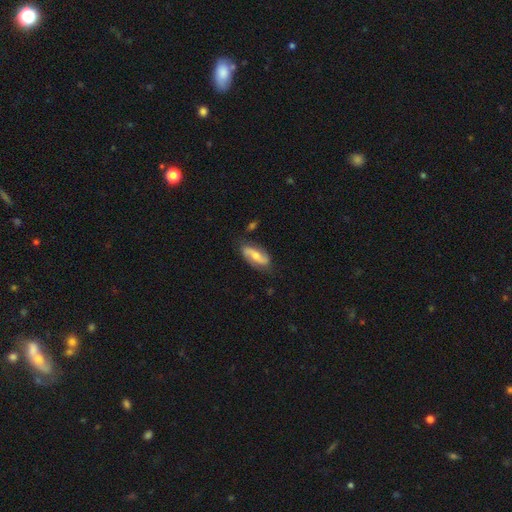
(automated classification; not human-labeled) A featured or disk galaxy (68%) with no bar (42%), 2 (90%) loose (53%) spiral arms (90%) and a moderate central bulge (56%). Merging: none (77%).